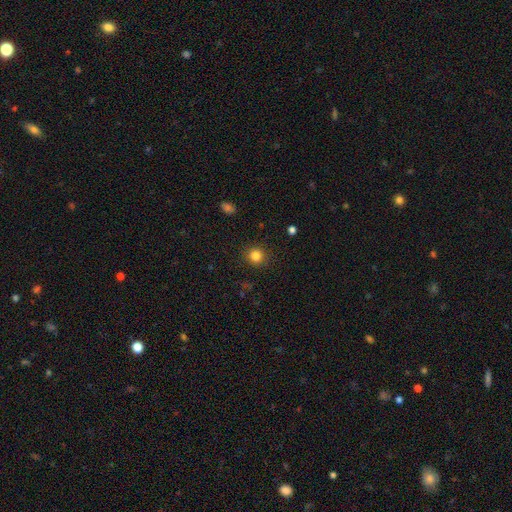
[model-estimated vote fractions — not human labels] Overall: smooth (83%). How rounded: round (92%). Merging: none (90%).